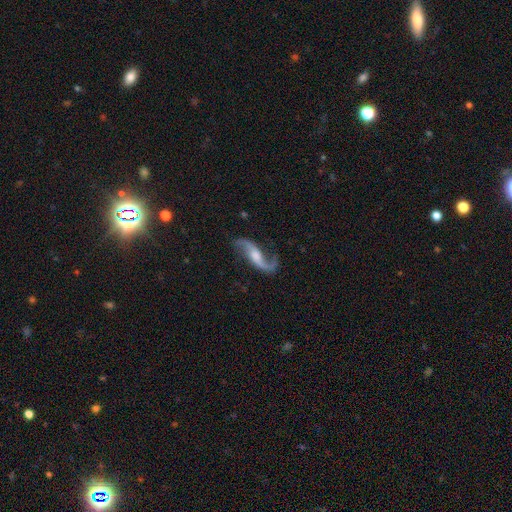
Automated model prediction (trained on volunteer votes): This is clearly a featured or disk galaxy (89%). It is clearly not viewed edge-on (93%). Bar: possibly no (47%). Spiral arm pattern: clearly yes (97%). Spiral arm count: clearly 2 (92%). Spiral winding: clearly loose (84%). Central bulge: marginally moderate (44%). Merging: likely none (75%).